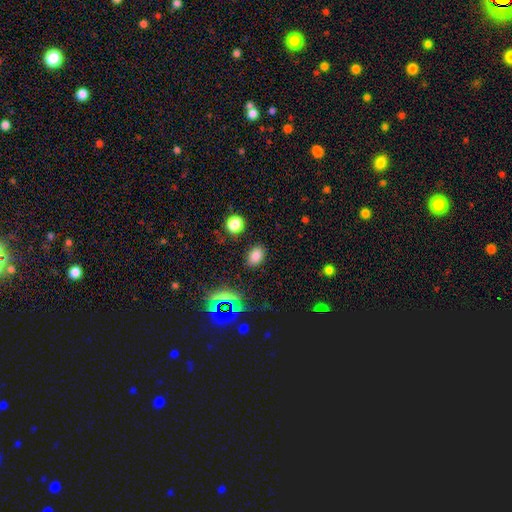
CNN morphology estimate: Overall: smooth (75%). How rounded: in between (78%). Merging: none (85%).